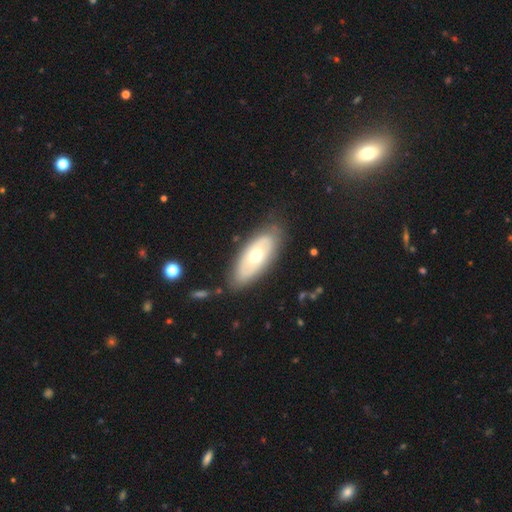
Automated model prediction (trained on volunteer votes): This appears to be a featured or disk galaxy (54%). Merging: none (80%).